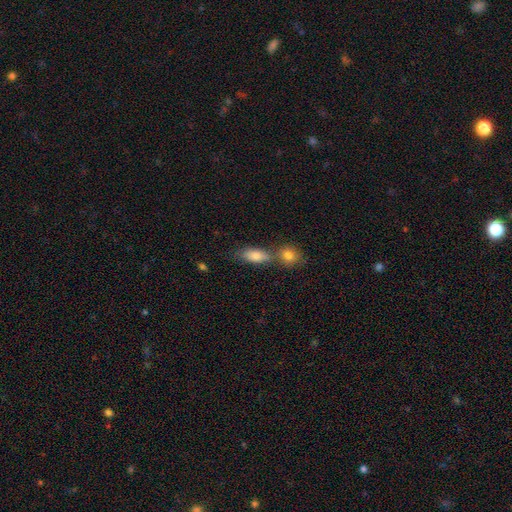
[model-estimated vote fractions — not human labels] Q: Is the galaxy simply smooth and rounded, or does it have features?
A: smooth — 79%.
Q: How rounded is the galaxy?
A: in between — 77%.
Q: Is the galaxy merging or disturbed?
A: none — 43%.